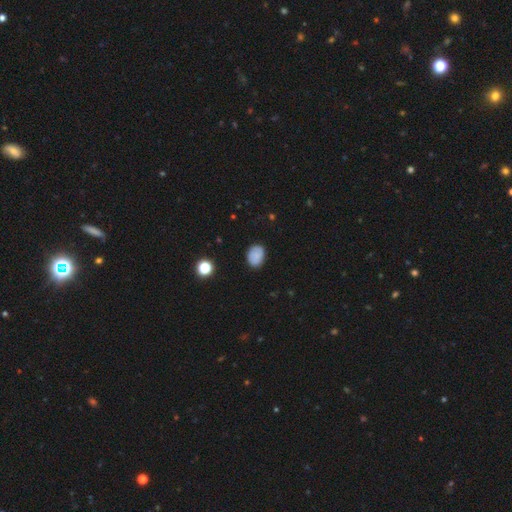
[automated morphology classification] smooth-or-featured: smooth: 81% | star or artifact: 10% | featured or disk: 9%
  how-rounded: in between: 66% | round: 33% | cigar-shaped: 1%
  merging: none: 81% | minor disturbance: 15% | major disturbance: 3% | merger: 1%